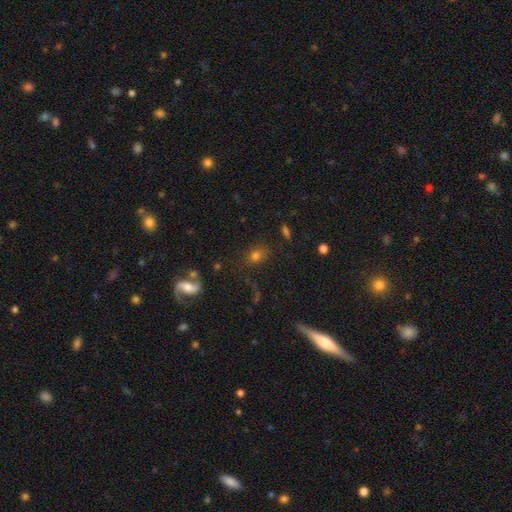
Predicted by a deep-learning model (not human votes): smooth_or_featured: smooth (p=0.68) [alt: star or artifact p=0.17]
how_rounded: in between (p=0.58) [alt: round p=0.40]
merging: none (p=0.74) [alt: minor disturbance p=0.14]